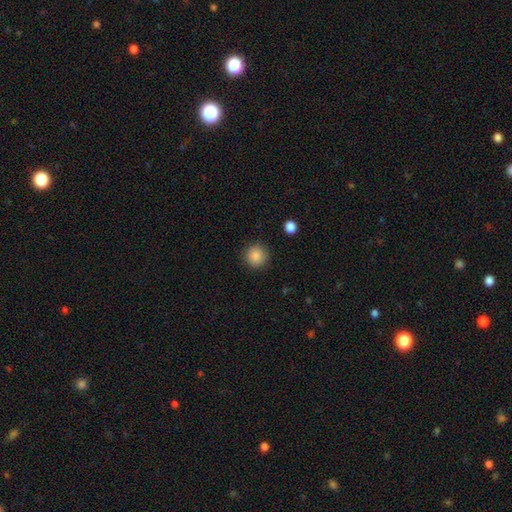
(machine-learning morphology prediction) The model was most divided on "smooth or featured": smooth: 87%, star or artifact: 9%, featured or disk: 4%. More confident: how rounded — round (93%); merging — none (89%).